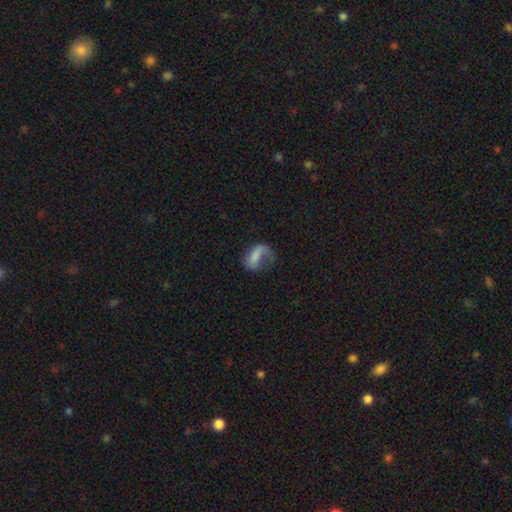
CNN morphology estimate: A smooth galaxy with no disk features (47%). Merging: major disturbance (47%).